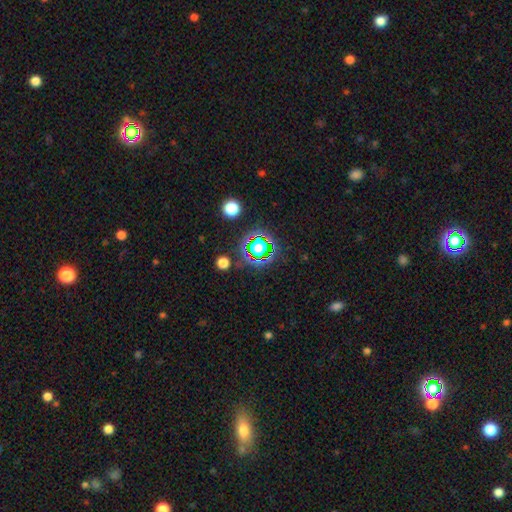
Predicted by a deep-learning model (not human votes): Q: Smooth or featured?
A: star or artifact (72%); runner-up: smooth (19%)